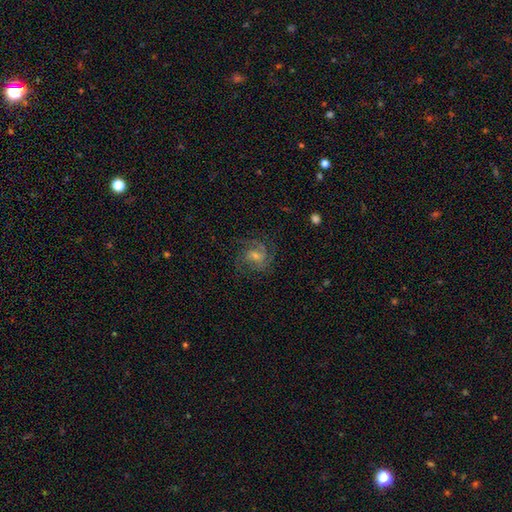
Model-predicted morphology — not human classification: Overall: featured or disk (76%). Edge-on disk: no (97%). Bar: weak (46%; no 43%). Spiral arms: yes (95%). Spiral arm count: 3 (32%; 2 25%). Spiral winding: medium (46%; tight 41%). Bulge size: small (48%; moderate 41%). Merging: none (72%).